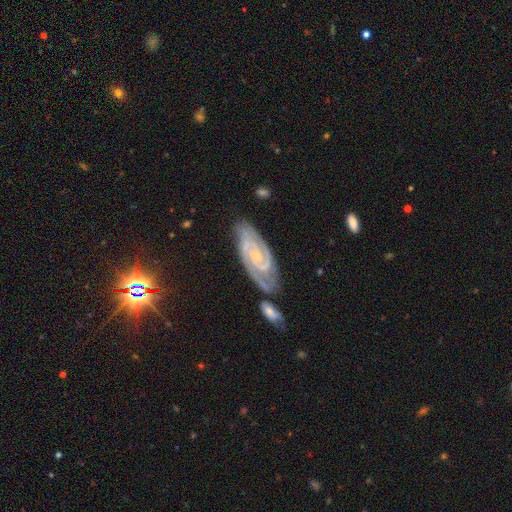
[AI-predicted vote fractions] Overall: featured or disk (87%). Edge-on disk: no (95%). Bar: no (52%; weak 37%). Spiral arms: yes (98%). Spiral arm count: 2 (73%). Spiral winding: tight (66%; medium 29%). Bulge size: small (76%). Merging: none (67%).